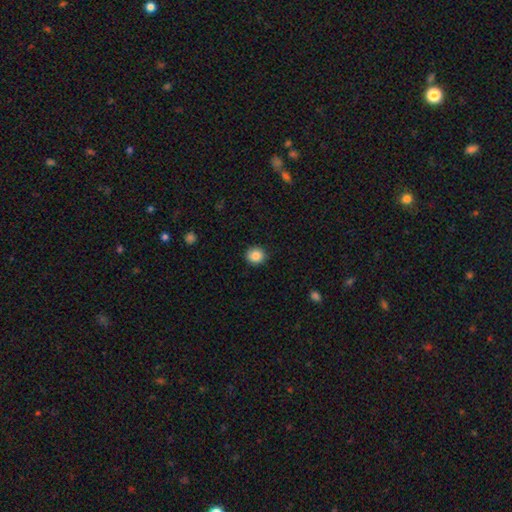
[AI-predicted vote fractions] Smooth or featured: smooth — 87% (star or artifact — 9%)
How rounded: round — 88% (in between — 11%)
Merging: none — 91% (minor disturbance — 6%)